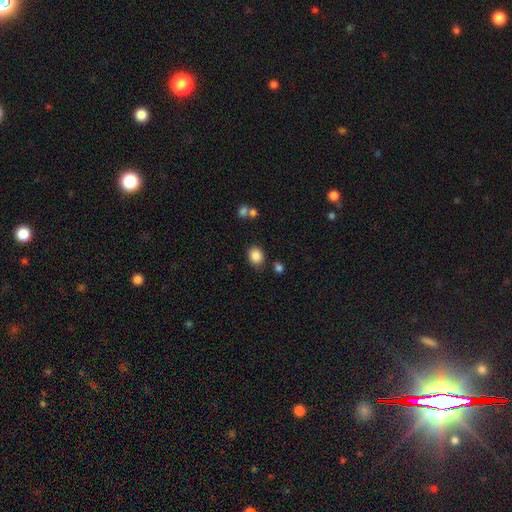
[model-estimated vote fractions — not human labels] smooth-or-featured: smooth: 87% | star or artifact: 9% | featured or disk: 4%
  how-rounded: round: 55% | in between: 44% | cigar-shaped: 1%
  merging: none: 78% | minor disturbance: 13% | merger: 5% | major disturbance: 4%